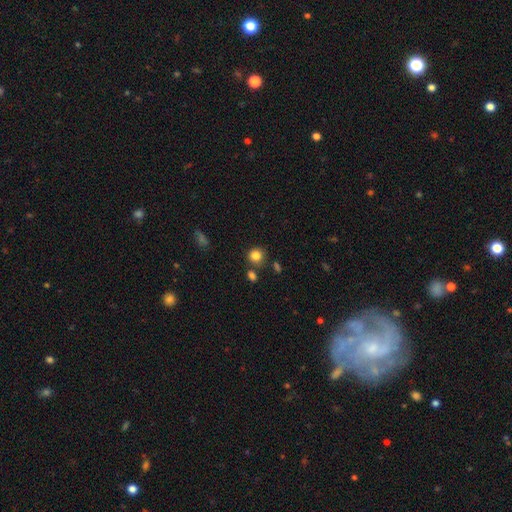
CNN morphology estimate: Overall: smooth (84%). How rounded: round (86%). Merging: none (77%).